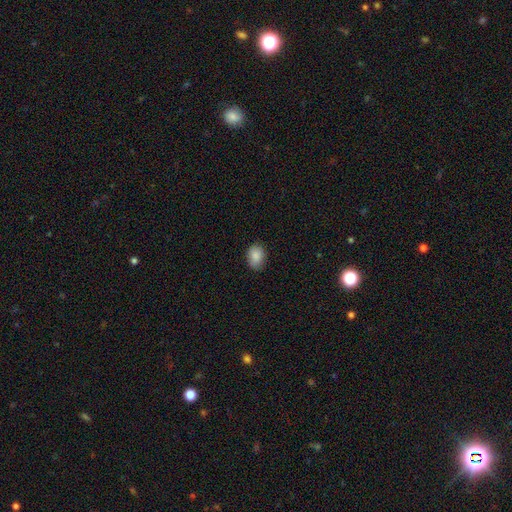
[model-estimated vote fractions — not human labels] A smooth galaxy with no disk features (87%) that is in between round and cigar-shaped (74%). Merging: none (79%).